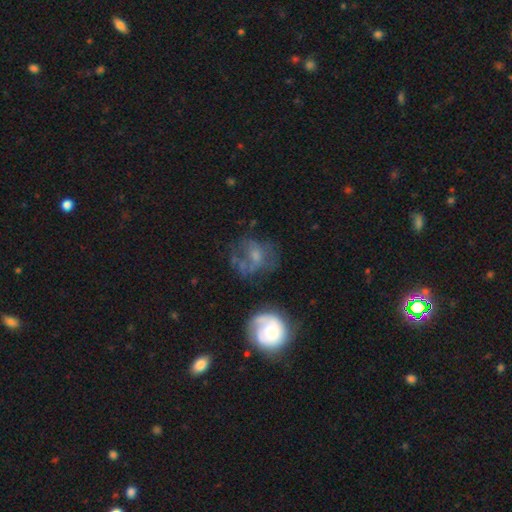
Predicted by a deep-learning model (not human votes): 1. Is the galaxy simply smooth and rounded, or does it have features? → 50% featured or disk, 36% smooth, 14% star or artifact.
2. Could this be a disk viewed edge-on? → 96% no, 4% yes.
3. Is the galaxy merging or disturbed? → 47% none, 25% major disturbance, 20% minor disturbance, 8% merger.